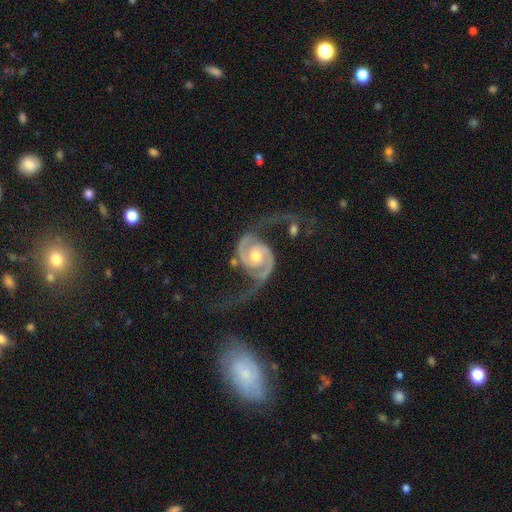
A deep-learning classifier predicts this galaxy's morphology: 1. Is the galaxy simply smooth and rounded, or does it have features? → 93% featured or disk, 3% star or artifact, 3% smooth.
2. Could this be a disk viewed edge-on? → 98% no, 2% yes.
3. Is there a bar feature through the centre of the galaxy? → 62% no, 28% weak, 10% strong.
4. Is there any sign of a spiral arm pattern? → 98% yes, 2% no.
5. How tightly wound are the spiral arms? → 43% medium, 35% loose, 22% tight.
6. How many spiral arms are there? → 94% 2, 2% can't tell, 1% 1, 1% 3, 1% 4, 1% more than 4.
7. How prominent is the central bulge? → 73% moderate, 16% small, 8% large, 1% none, 1% dominant.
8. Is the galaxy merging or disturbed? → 52% none, 27% major disturbance, 17% minor disturbance, 5% merger.